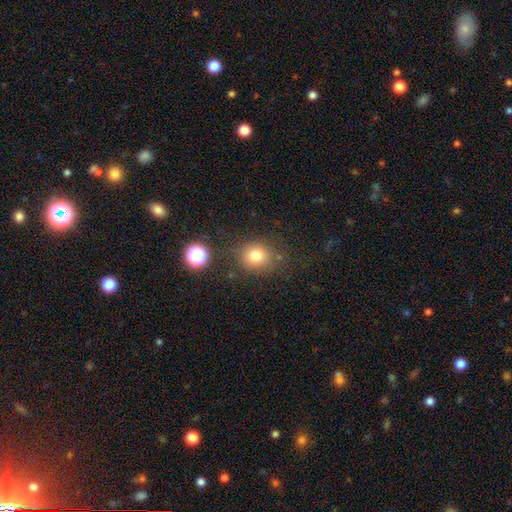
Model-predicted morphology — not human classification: smooth 78%, star or artifact 14%, featured or disk 8%. Down the decision tree: how rounded — round (79%); merging — none (77%).